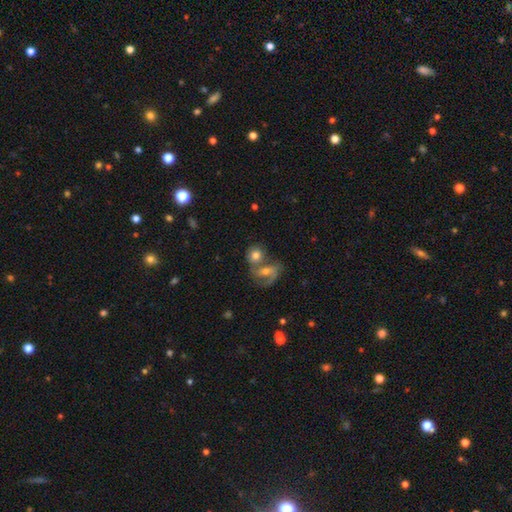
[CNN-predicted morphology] Smooth or featured? smooth (61%)
How rounded? round (66%)
Merging? merger (54%)